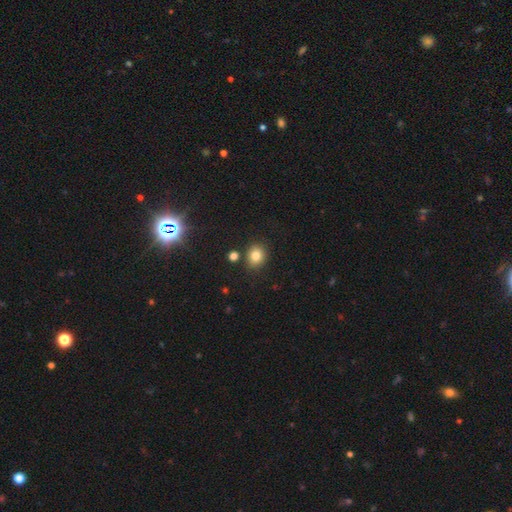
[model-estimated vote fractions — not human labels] A smooth galaxy with no disk features (80%) that is round (69%).

Vote fractions:
- Smooth or featured? smooth: 80% / star or artifact: 13% / featured or disk: 8%
- How rounded? round: 69% / in between: 30% / cigar-shaped: 1%
- Merging? none: 82% / minor disturbance: 9% / merger: 6% / major disturbance: 3%